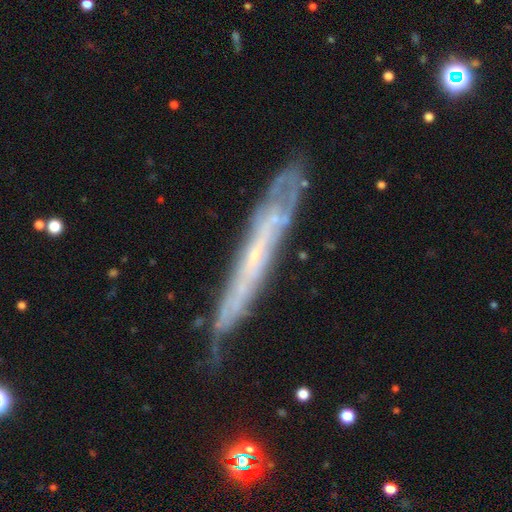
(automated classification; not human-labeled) Morphology: type=featured or disk (73%); edge-on=yes (69%); edge-on bulge=none (69%); merging=none (70%).